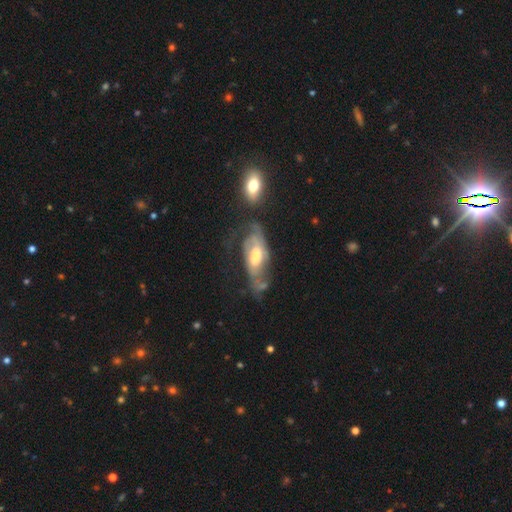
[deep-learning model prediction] The model was most divided on "bar": no: 44%, weak: 42%, strong: 14%. Remaining: edge-on disk — no (90%); spiral arms — yes (86%); smooth or featured — featured or disk (76%); spiral arm count — 2 (63%); spiral winding — medium (44%); bulge size — moderate (44%); merging — none (36%).